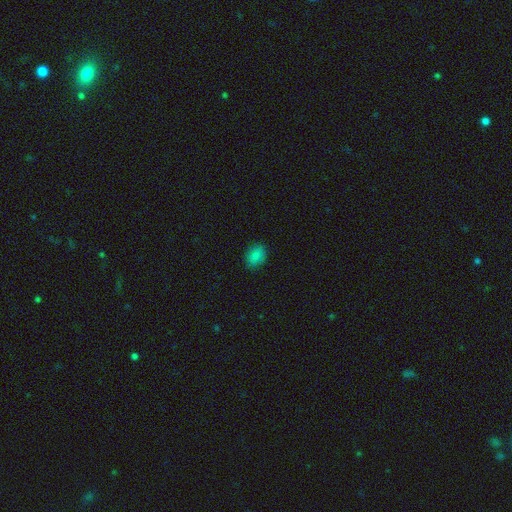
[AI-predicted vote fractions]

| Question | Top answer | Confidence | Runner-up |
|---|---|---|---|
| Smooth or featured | smooth | 84% | star or artifact (11%) |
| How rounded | in between | 73% | round (26%) |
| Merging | none | 85% | minor disturbance (12%) |